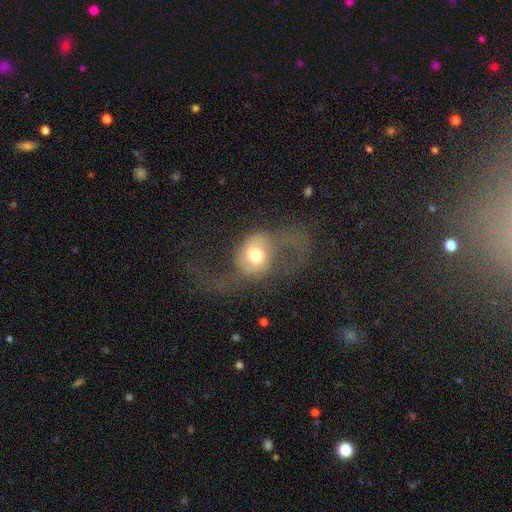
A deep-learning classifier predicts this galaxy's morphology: A featured or disk galaxy (48%).

Vote fractions:
- Smooth or featured? featured or disk: 48% / smooth: 44% / star or artifact: 8%
- Merging? major disturbance: 58% / none: 25% / minor disturbance: 14% / merger: 3%